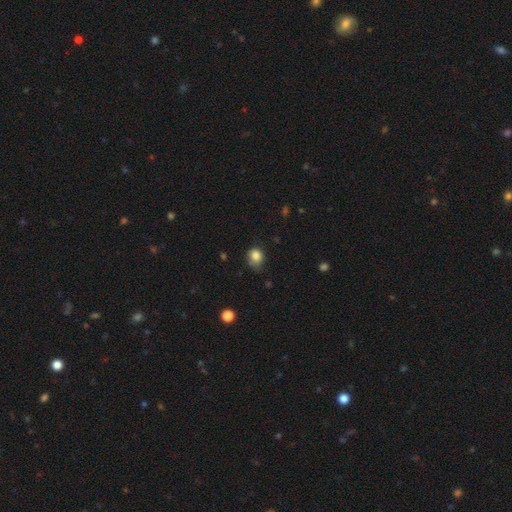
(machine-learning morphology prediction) This appears to be a smooth galaxy with no disk features (84%) that is round (63%). Merging: none (58%).